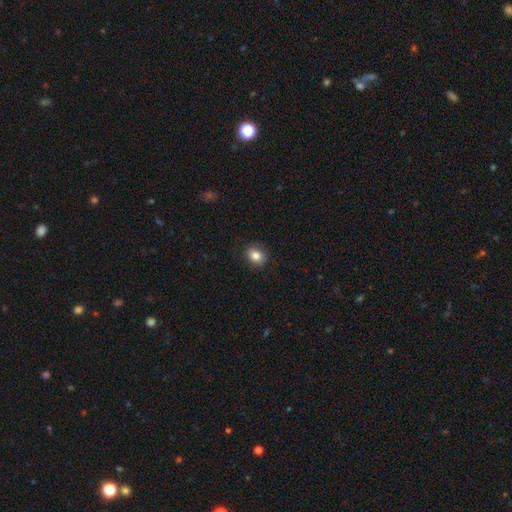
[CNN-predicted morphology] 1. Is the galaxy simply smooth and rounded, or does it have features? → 84% smooth, 9% star or artifact, 6% featured or disk.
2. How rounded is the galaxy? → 51% in between, 48% round, 1% cigar-shaped.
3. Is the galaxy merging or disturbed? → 87% none, 10% minor disturbance, 2% major disturbance, 1% merger.